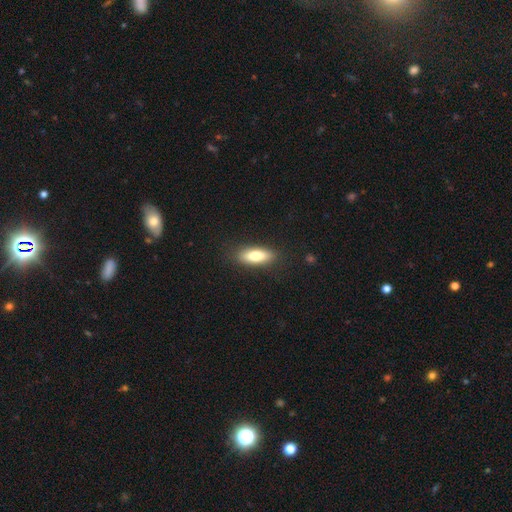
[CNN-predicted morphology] A smooth galaxy with no disk features (80%) that is in between round and cigar-shaped (64%).

Vote fractions:
- Smooth or featured? smooth: 80% / featured or disk: 14% / star or artifact: 6%
- How rounded? in between: 64% / cigar-shaped: 34% / round: 2%
- Merging? none: 86% / minor disturbance: 10% / major disturbance: 3% / merger: 1%